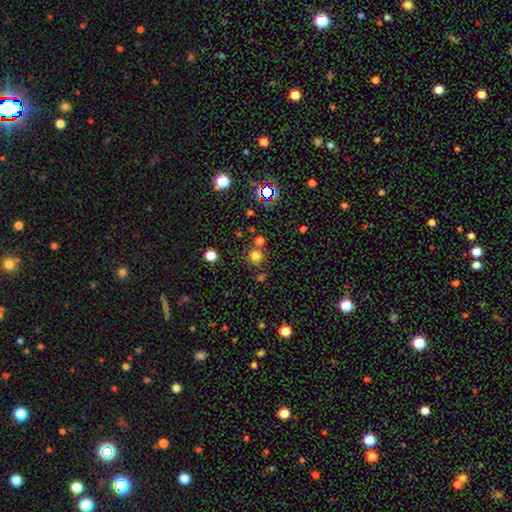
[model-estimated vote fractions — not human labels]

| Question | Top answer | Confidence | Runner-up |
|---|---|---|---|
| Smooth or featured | smooth | 74% | star or artifact (20%) |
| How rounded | round | 94% | in between (5%) |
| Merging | none | 77% | merger (12%) |